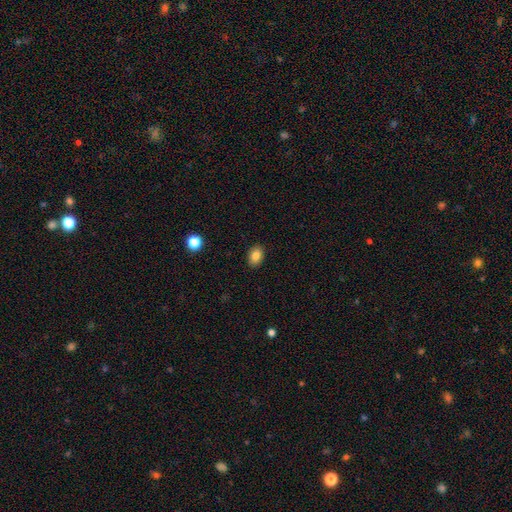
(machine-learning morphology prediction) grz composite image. It shows a smooth galaxy with no disk features (83%) that is in between round and cigar-shaped (77%). Merging: none (90%).